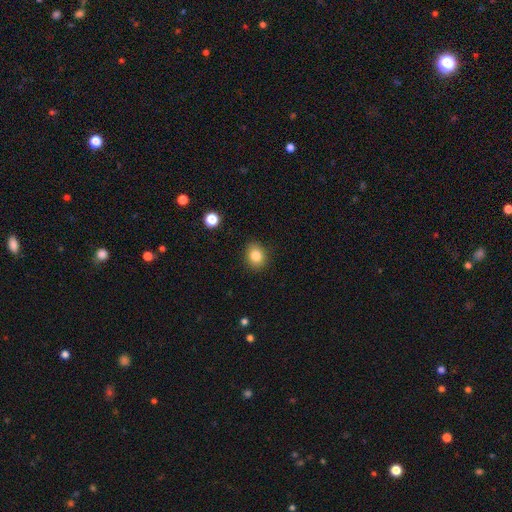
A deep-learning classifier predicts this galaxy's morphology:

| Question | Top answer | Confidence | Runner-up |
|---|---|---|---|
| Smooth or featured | smooth | 83% | star or artifact (10%) |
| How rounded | round | 59% | in between (40%) |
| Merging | none | 89% | minor disturbance (8%) |